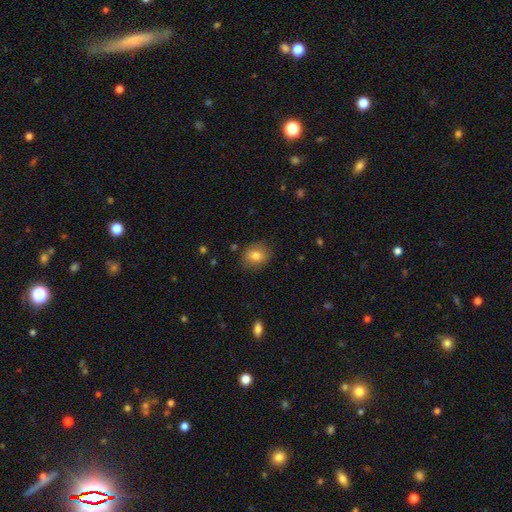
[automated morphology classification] The model was most divided on "how rounded": round: 55%, in between: 44%, cigar-shaped: 1%. More confident: merging — none (83%); smooth or featured — smooth (78%).